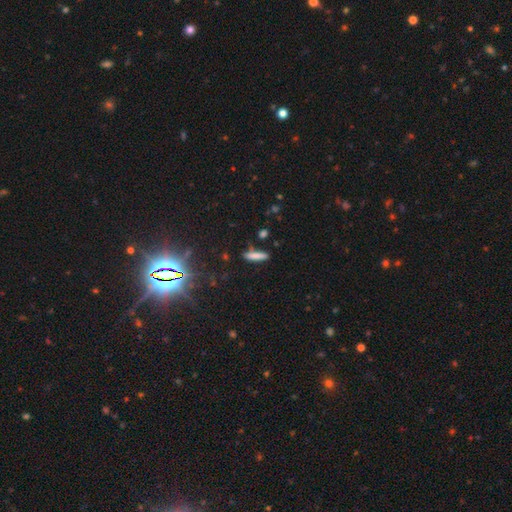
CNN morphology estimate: Smooth or featured? smooth (78%)
How rounded? cigar-shaped (82%)
Merging? none (79%)